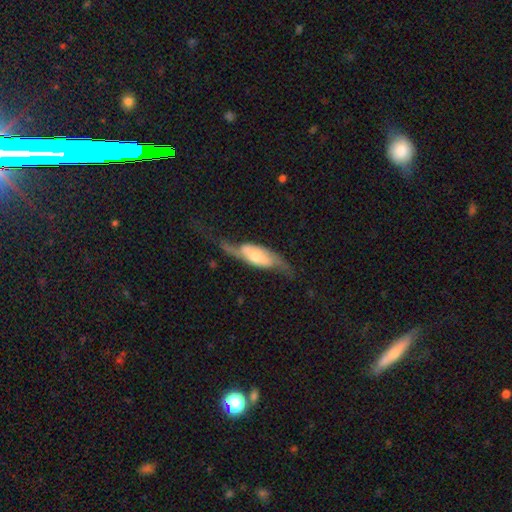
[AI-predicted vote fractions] A featured or disk galaxy (71%) with no bar (53%), spiral arms (86%) and a moderate central bulge (49%). Merging: none (45%).